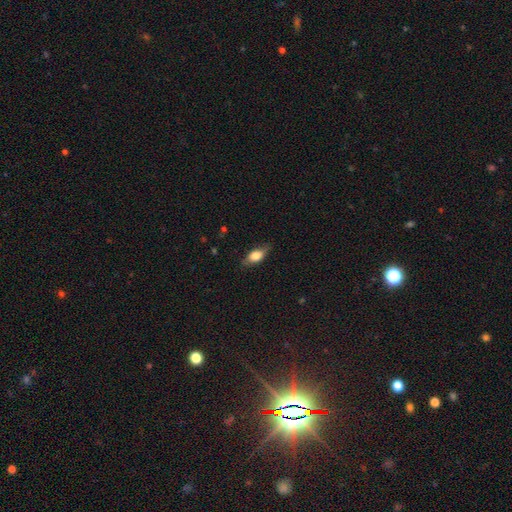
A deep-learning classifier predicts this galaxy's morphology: smooth_or_featured: smooth (p=0.72) [alt: featured or disk p=0.21]
how_rounded: in between (p=0.80) [alt: cigar-shaped p=0.14]
merging: none (p=0.80) [alt: minor disturbance p=0.16]